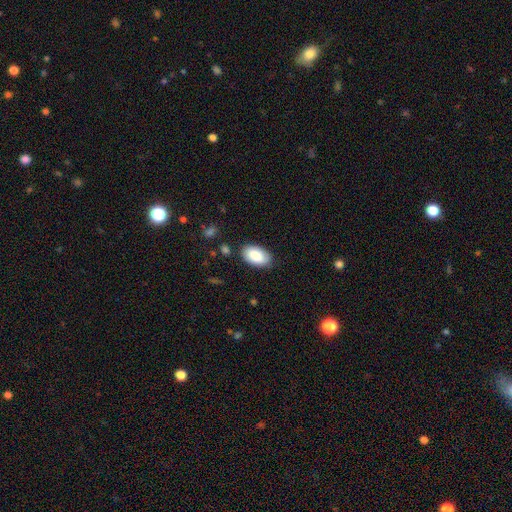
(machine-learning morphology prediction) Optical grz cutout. It shows a smooth galaxy with no disk features (86%) that is in between round and cigar-shaped (95%). Merging: none (82%).